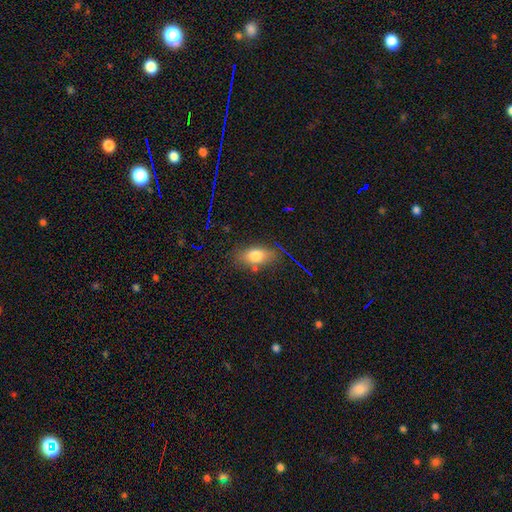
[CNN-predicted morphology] Overall: smooth (74%). How rounded: in between (83%). Merging: none (77%).